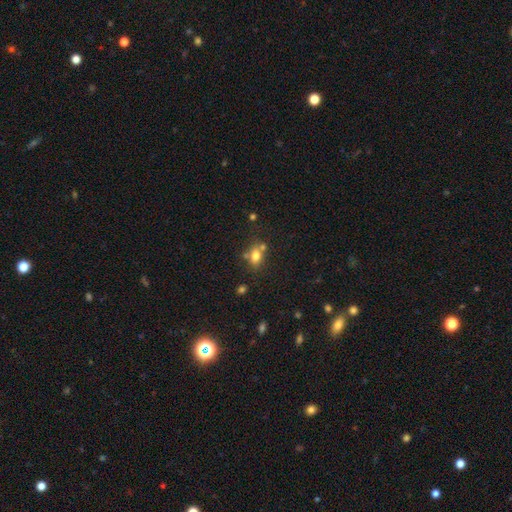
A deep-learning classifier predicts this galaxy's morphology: Overall: smooth (74%). How rounded: in between (67%; round 30%). Merging: none (53%; merger 26%).